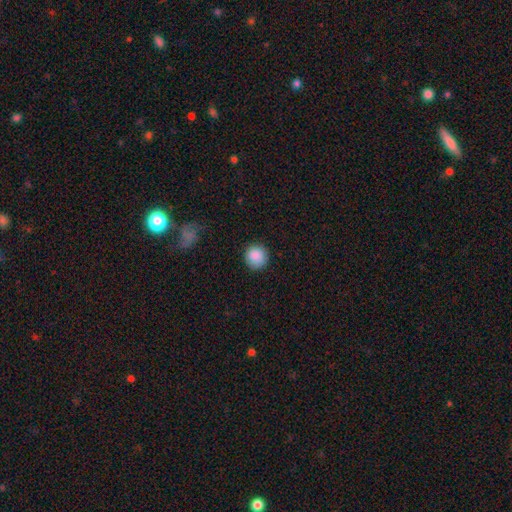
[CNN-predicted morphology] Smooth or featured: smooth — 89% (star or artifact — 8%)
How rounded: round — 92% (in between — 7%)
Merging: none — 88% (minor disturbance — 9%)